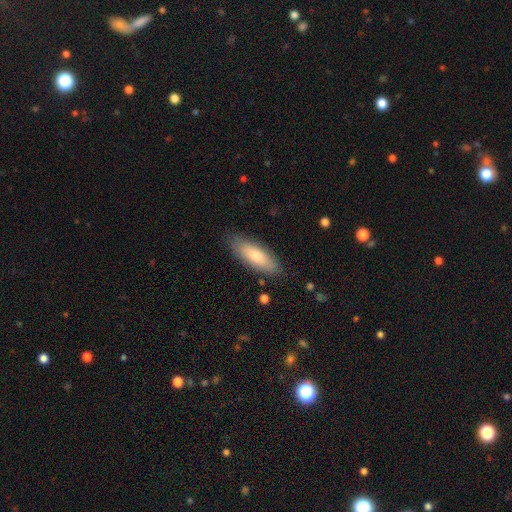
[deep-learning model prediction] Morphology: type=smooth (76%); roundness=in between (70%); merging=none (83%).